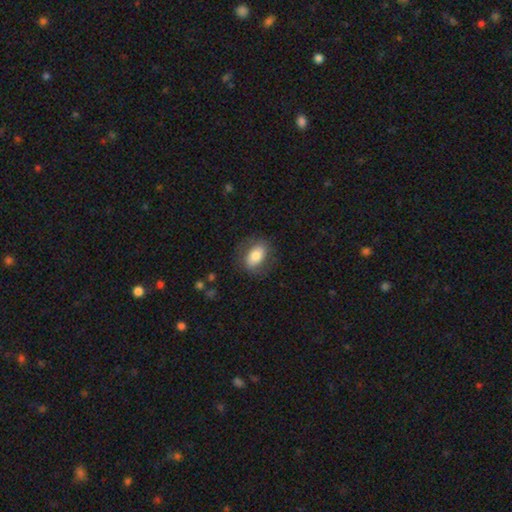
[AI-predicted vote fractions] The model was most divided on "smooth or featured": smooth: 71%, featured or disk: 22%, star or artifact: 7%. More confident: how rounded — in between (84%); merging — none (76%).